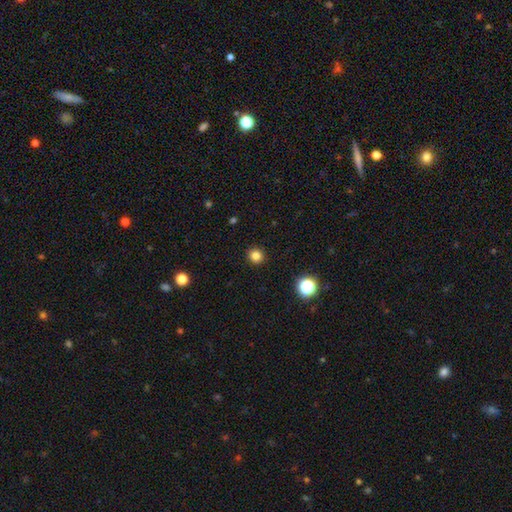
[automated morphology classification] This appears to be a smooth galaxy with no disk features (83%) that is round (91%). Merging: none (92%).